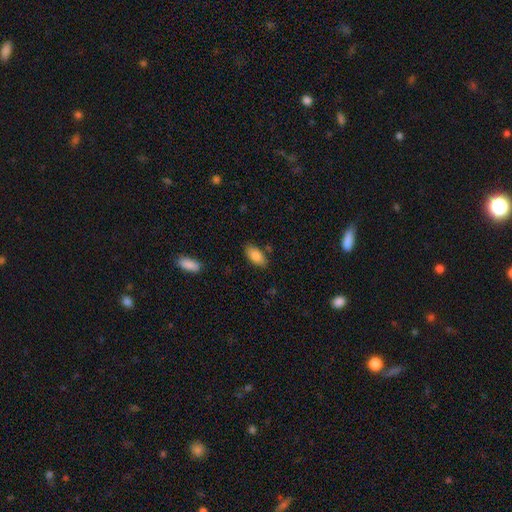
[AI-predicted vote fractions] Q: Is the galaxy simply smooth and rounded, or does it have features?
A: smooth — 85%.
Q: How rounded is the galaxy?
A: in between — 90%.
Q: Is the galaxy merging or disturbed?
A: none — 81%.